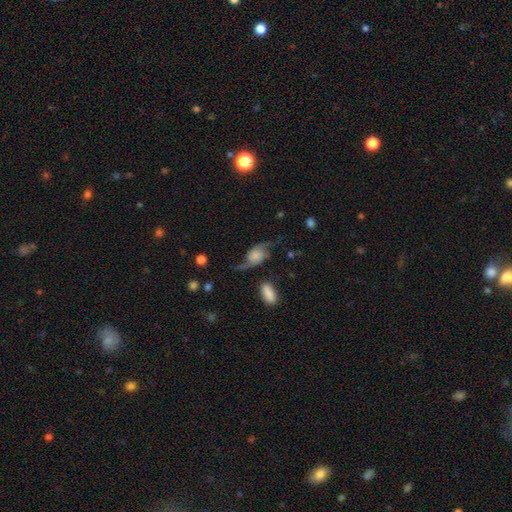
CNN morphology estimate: Q: Smooth or featured?
A: featured or disk (74%); runner-up: smooth (18%)
Q: Edge-on disk?
A: no (94%); runner-up: yes (6%)
Q: Bar?
A: no (66%); runner-up: weak (27%)
Q: Spiral arms?
A: yes (94%); runner-up: no (6%)
Q: Spiral winding?
A: loose (83%); runner-up: medium (13%)
Q: Spiral arm count?
A: 2 (93%); runner-up: 1 (2%)
Q: Bulge size?
A: none (34%); runner-up: large (22%)
Q: Merging?
A: none (57%); runner-up: minor disturbance (21%)